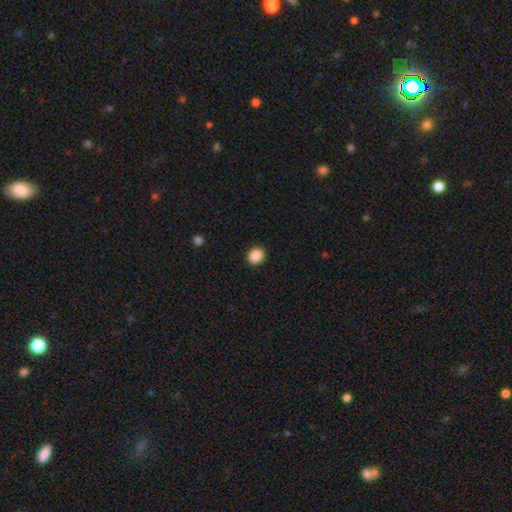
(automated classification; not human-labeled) Smooth or featured: smooth — 89% (star or artifact — 9%)
How rounded: round — 72% (in between — 27%)
Merging: none — 91% (minor disturbance — 6%)